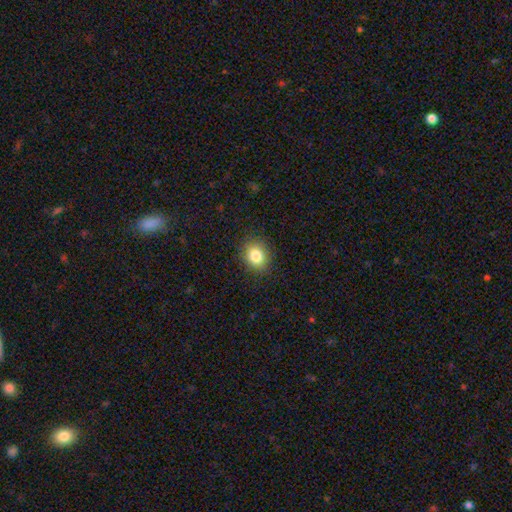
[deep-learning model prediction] Smooth or featured?
  - smooth: 83% *
  - star or artifact: 10%
  - featured or disk: 6%
How rounded?
  - round: 58% *
  - in between: 41%
  - cigar-shaped: 1%
Merging?
  - none: 88% *
  - minor disturbance: 9%
  - major disturbance: 3%
  - merger: 1%